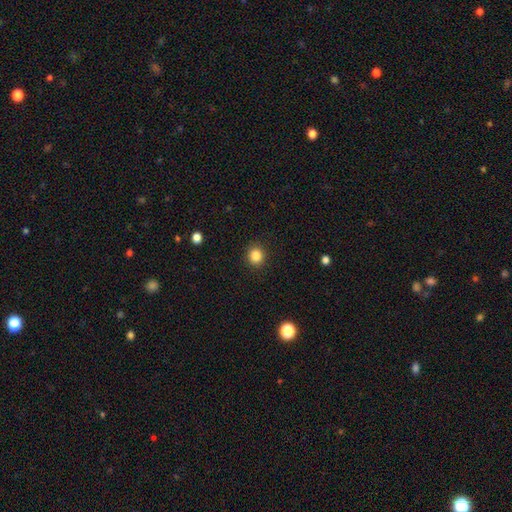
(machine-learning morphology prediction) Smooth or featured? Predicted: smooth (p=0.85). How rounded? Predicted: round (p=0.83). Merging? Predicted: none (p=0.91).